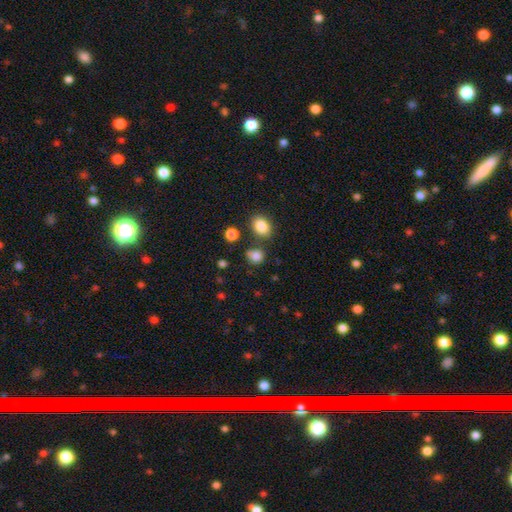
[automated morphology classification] Smooth or featured?
  - smooth: 83% *
  - star or artifact: 12%
  - featured or disk: 5%
How rounded?
  - round: 73% *
  - in between: 25%
  - cigar-shaped: 1%
Merging?
  - none: 68% *
  - minor disturbance: 15%
  - merger: 13%
  - major disturbance: 5%